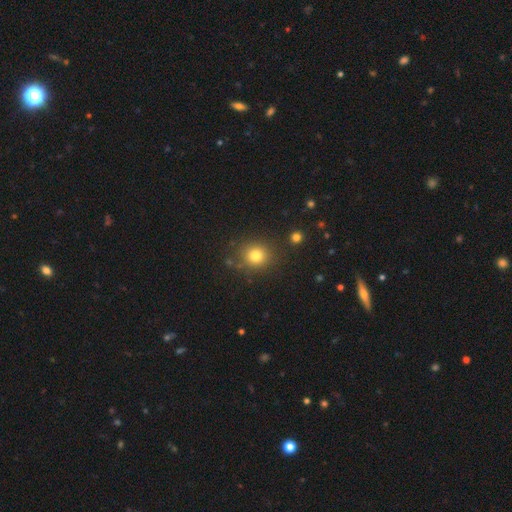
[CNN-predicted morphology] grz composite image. It shows a smooth galaxy with no disk features (79%) that is round (83%). Merging: none (81%).